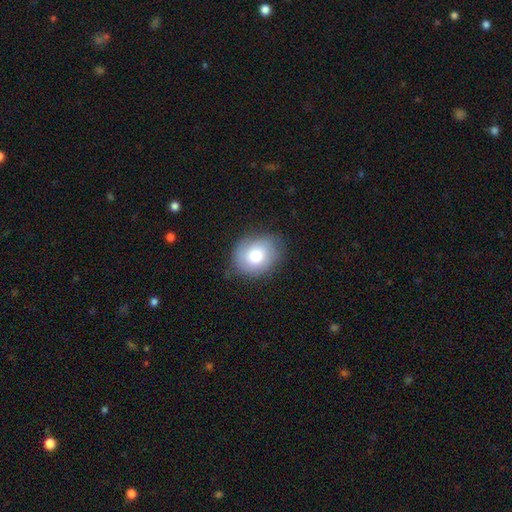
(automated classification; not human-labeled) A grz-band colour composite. It shows a smooth galaxy with no disk features (71%) that is round (57%). Merging: none (73%).